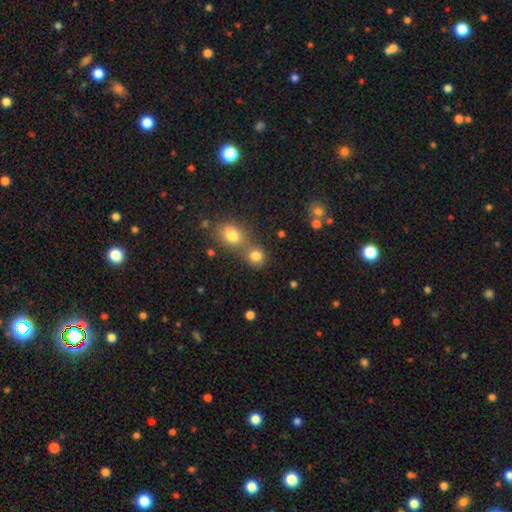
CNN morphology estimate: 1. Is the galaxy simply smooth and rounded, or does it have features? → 80% smooth, 13% star or artifact, 7% featured or disk.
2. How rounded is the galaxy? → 78% round, 21% in between, 1% cigar-shaped.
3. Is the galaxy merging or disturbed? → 47% none, 42% merger, 8% minor disturbance, 3% major disturbance.